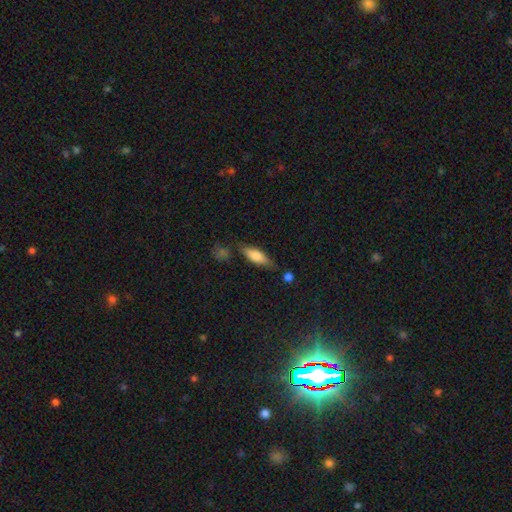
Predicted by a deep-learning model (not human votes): A smooth galaxy with no disk features (74%) that is in between round and cigar-shaped (59%). Merging: none (71%).